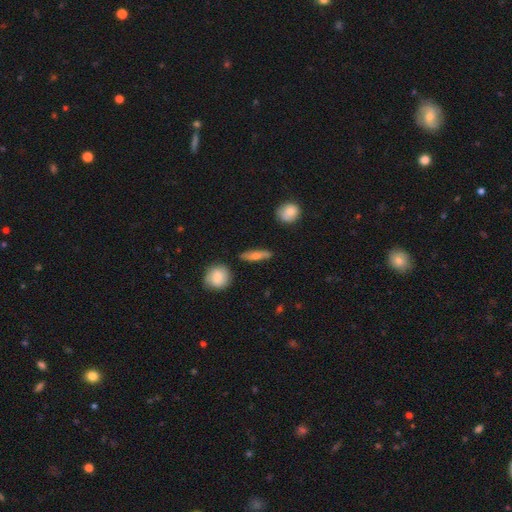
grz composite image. It shows a smooth galaxy with no disk features (59%) that is cigar-shaped (61%). Merging: none (100%).